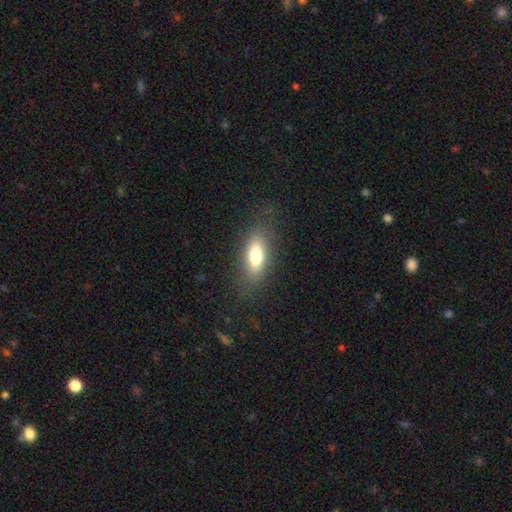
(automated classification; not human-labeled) A smooth galaxy with no disk features (72%) that is in between round and cigar-shaped (71%).

Vote fractions:
- Smooth or featured? smooth: 72% / featured or disk: 20% / star or artifact: 9%
- How rounded? in between: 71% / cigar-shaped: 24% / round: 5%
- Merging? none: 81% / minor disturbance: 13% / major disturbance: 6% / merger: 1%